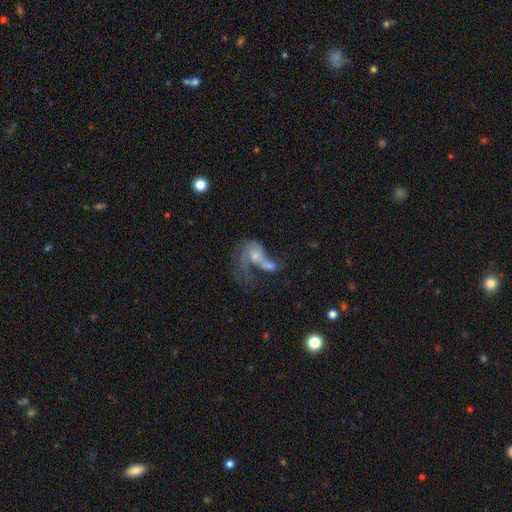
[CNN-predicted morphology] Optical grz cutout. It shows a featured or disk galaxy (58%) with no bar (74%), spiral arms (64%) and a moderate central bulge (45%). Merging: merger (55%).